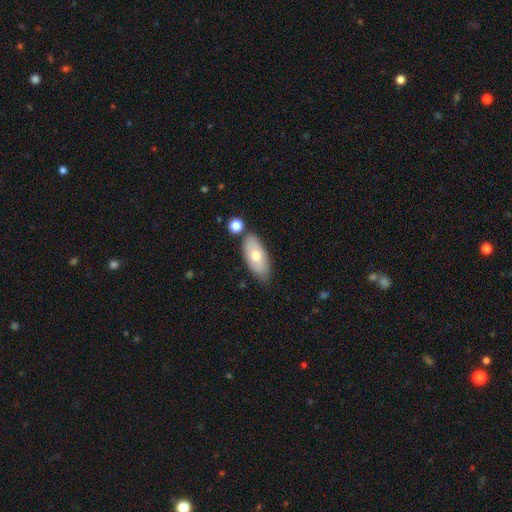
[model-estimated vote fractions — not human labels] Overall: smooth (66%; featured or disk 27%). How rounded: in between (85%). Merging: none (75%).